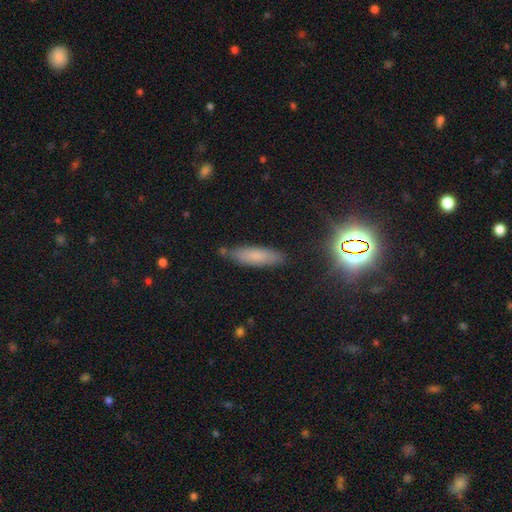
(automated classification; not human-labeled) This is likely a smooth galaxy (70%). How rounded: likely cigar-shaped (62%). Merging: likely none (80%).